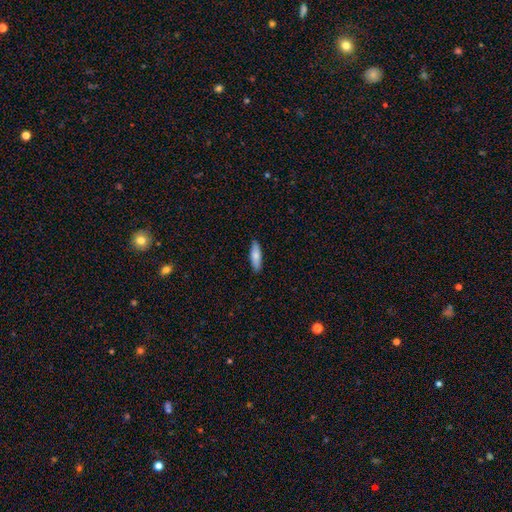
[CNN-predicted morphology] Smooth or featured? smooth (80%)
How rounded? cigar-shaped (53%)
Merging? none (88%)